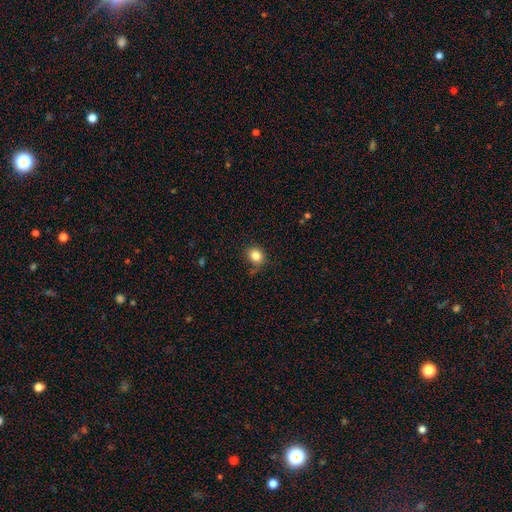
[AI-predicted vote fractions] A smooth galaxy with no disk features (83%) that is round (71%).

Vote fractions:
- Smooth or featured? smooth: 83% / star or artifact: 11% / featured or disk: 5%
- How rounded? round: 71% / in between: 28% / cigar-shaped: 1%
- Merging? none: 79% / minor disturbance: 15% / major disturbance: 4% / merger: 3%